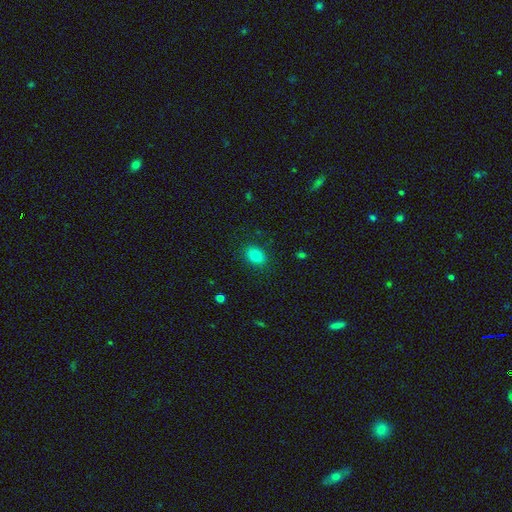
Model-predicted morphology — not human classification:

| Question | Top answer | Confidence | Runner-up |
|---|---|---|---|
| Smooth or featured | smooth | 82% | star or artifact (10%) |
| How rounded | in between | 73% | round (26%) |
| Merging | none | 87% | minor disturbance (9%) |